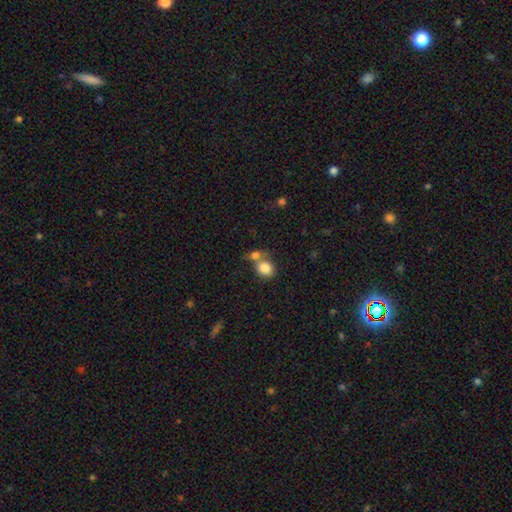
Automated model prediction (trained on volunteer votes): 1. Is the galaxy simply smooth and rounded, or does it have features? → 57% smooth, 31% star or artifact, 12% featured or disk.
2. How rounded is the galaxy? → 78% round, 19% in between, 2% cigar-shaped.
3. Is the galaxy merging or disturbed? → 53% none, 33% merger, 9% minor disturbance, 5% major disturbance.